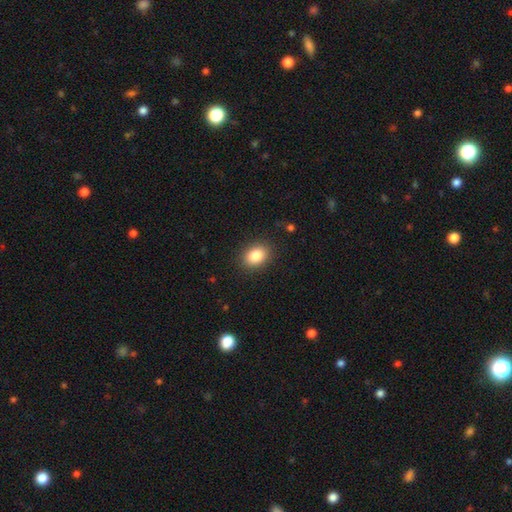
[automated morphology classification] Smooth or featured: smooth — 85% (star or artifact — 9%)
How rounded: in between — 69% (round — 30%)
Merging: none — 88% (minor disturbance — 9%)